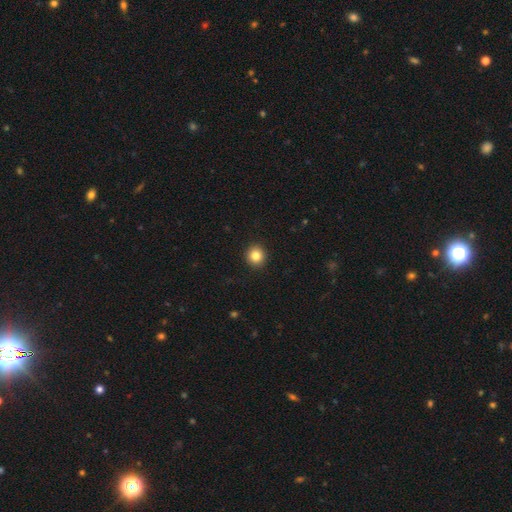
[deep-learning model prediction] A smooth galaxy with no disk features (83%) that is round (92%). Merging: none (93%).